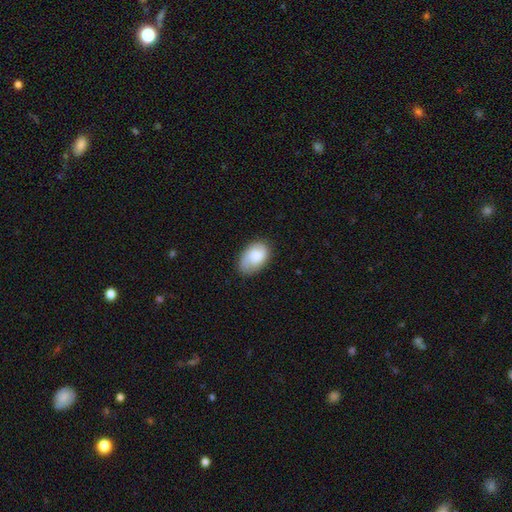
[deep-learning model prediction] This is likely a smooth galaxy (68%). How rounded: clearly in between (89%). Merging: likely none (69%).